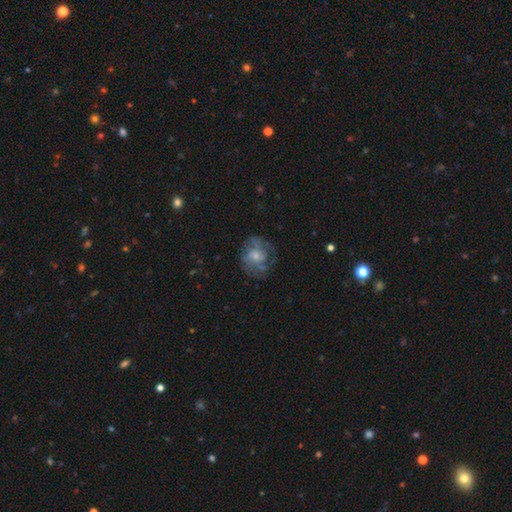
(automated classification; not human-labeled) Q: Smooth or featured?
A: featured or disk (62%); runner-up: smooth (29%)
Q: Edge-on disk?
A: no (98%); runner-up: yes (2%)
Q: Bar?
A: no (68%); runner-up: weak (27%)
Q: Spiral arms?
A: yes (72%); runner-up: no (28%)
Q: Bulge size?
A: small (45%); runner-up: moderate (39%)
Q: Merging?
A: none (59%); runner-up: minor disturbance (21%)